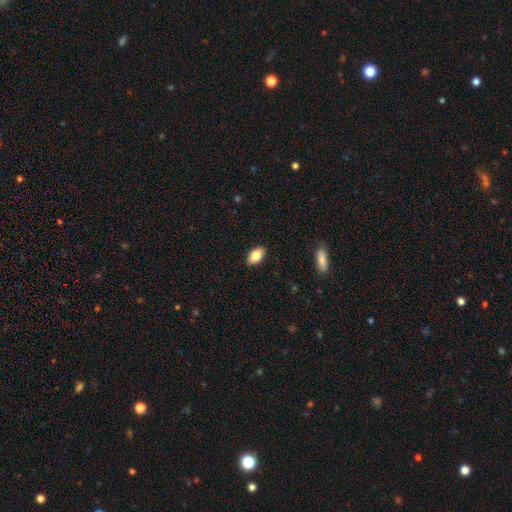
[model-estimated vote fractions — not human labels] The model was most divided on "smooth or featured": smooth: 83%, featured or disk: 10%, star or artifact: 7%. More confident: how rounded — in between (92%); merging — none (89%).